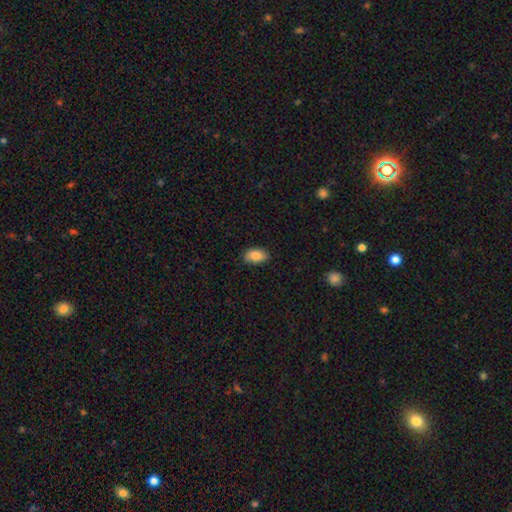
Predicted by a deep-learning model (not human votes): Q: Smooth or featured?
A: smooth (86%); runner-up: star or artifact (7%)
Q: How rounded?
A: in between (91%); runner-up: round (7%)
Q: Merging?
A: none (84%); runner-up: minor disturbance (13%)